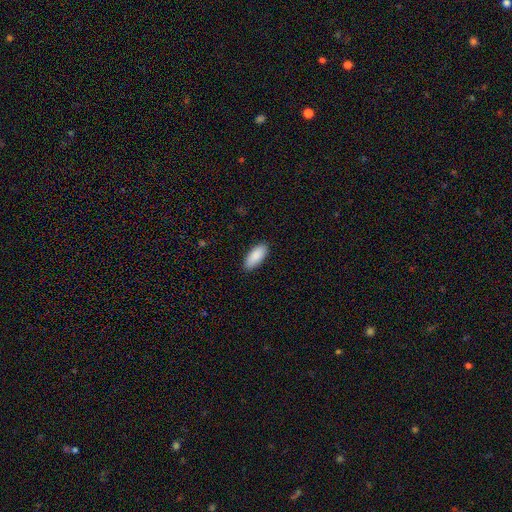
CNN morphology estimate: Smooth or featured: smooth — 90% (star or artifact — 6%)
How rounded: in between — 87% (cigar-shaped — 11%)
Merging: none — 88% (minor disturbance — 9%)